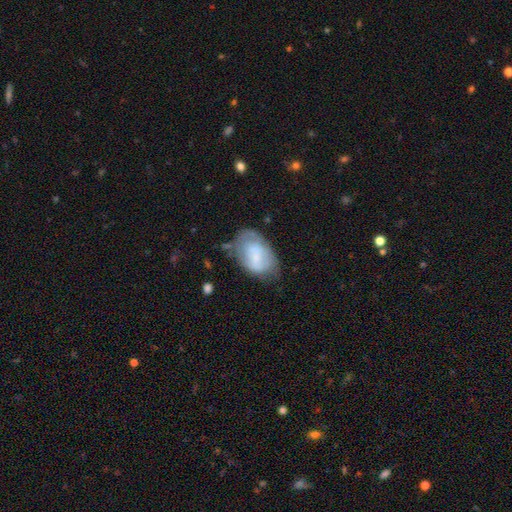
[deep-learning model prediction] This appears to be a smooth galaxy with no disk features (60%) that is in between round and cigar-shaped (88%). Merging: none (46%).